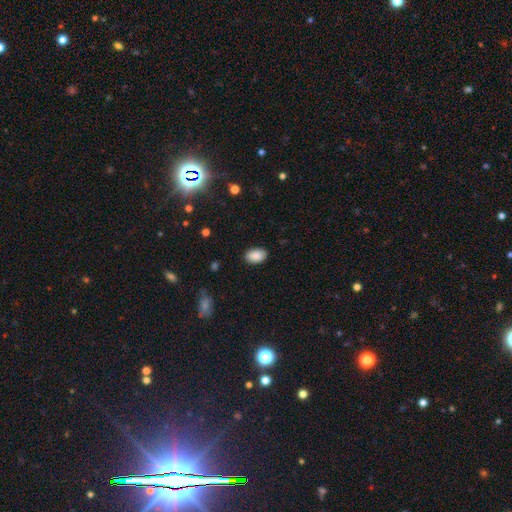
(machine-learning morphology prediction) A smooth galaxy with no disk features (89%) that is in between round and cigar-shaped (91%).

Vote fractions:
- Smooth or featured? smooth: 89% / star or artifact: 7% / featured or disk: 4%
- How rounded? in between: 91% / round: 8% / cigar-shaped: 1%
- Merging? none: 86% / minor disturbance: 10% / major disturbance: 2% / merger: 1%